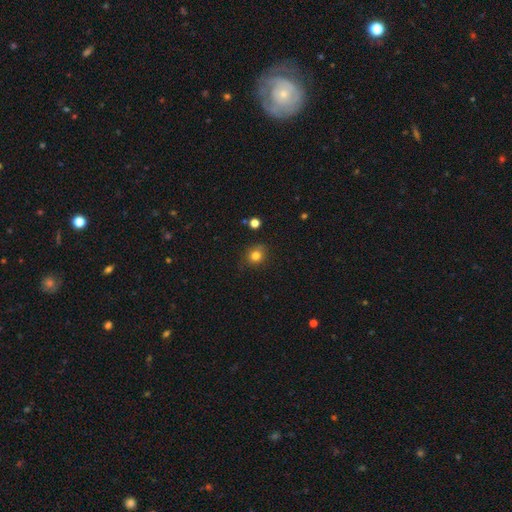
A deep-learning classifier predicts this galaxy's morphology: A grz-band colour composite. It shows a smooth galaxy with no disk features (80%) that is round (77%). Merging: none (80%).